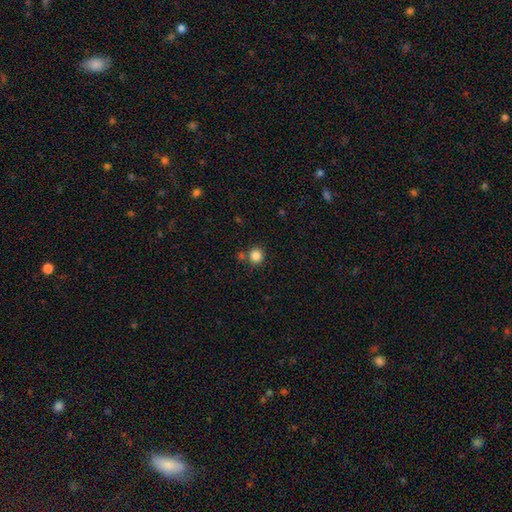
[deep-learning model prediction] smooth_or_featured: smooth (p=0.85) [alt: star or artifact p=0.11]
how_rounded: round (p=0.92) [alt: in between p=0.07]
merging: none (p=0.78) [alt: merger p=0.11]